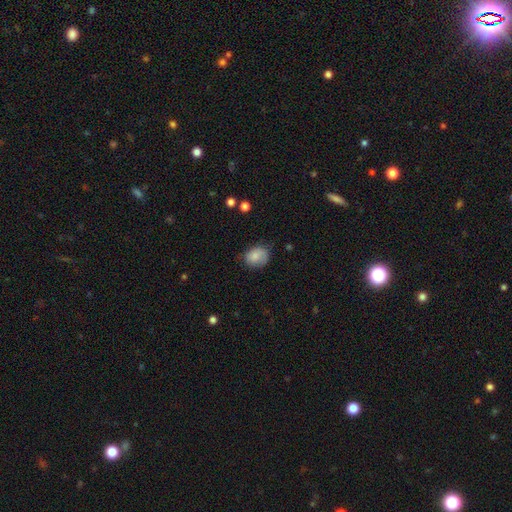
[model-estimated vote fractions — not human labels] Q: Smooth or featured?
A: smooth (80%); runner-up: featured or disk (12%)
Q: How rounded?
A: in between (56%); runner-up: round (43%)
Q: Merging?
A: none (59%); runner-up: minor disturbance (30%)